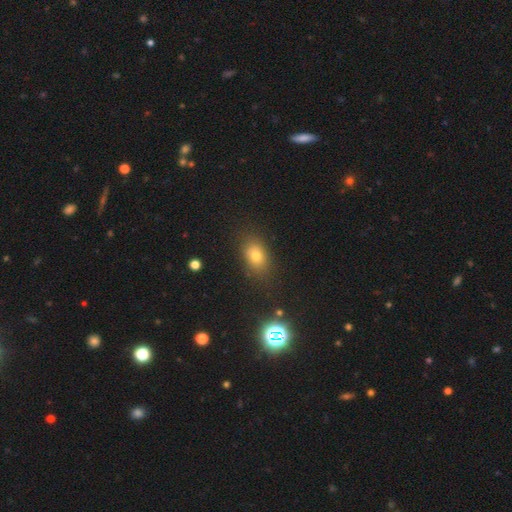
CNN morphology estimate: A smooth galaxy with no disk features (69%) that is in between round and cigar-shaped (67%). Merging: none (83%).